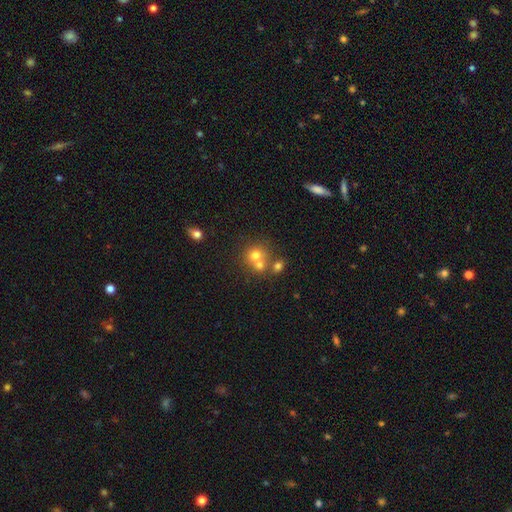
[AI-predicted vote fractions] Smooth or featured? smooth (69%)
How rounded? round (83%)
Merging? merger (47%)